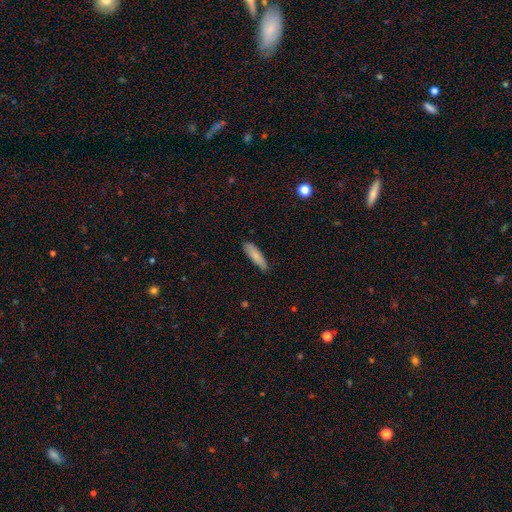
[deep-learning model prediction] This appears to be a smooth galaxy with no disk features (82%) that is cigar-shaped (69%). Merging: none (84%).